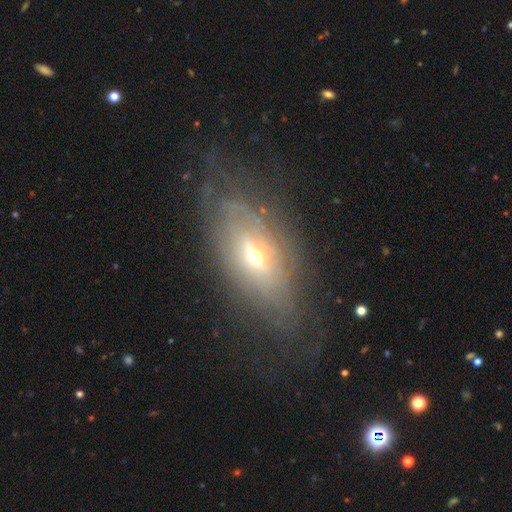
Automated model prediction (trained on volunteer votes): A featured or disk galaxy (67%) with no bar (68%), spiral arms (58%) and a small central bulge (52%).

Vote fractions:
- Smooth or featured? featured or disk: 67% / smooth: 23% / star or artifact: 9%
- Edge-on disk? no: 79% / yes: 21%
- Bar? no: 68% / weak: 24% / strong: 7%
- Spiral arms? yes: 58% / no: 42%
- Bulge size? small: 52% / moderate: 43% / large: 3% / dominant: 1% / none: 1%
- Merging? none: 64% / minor disturbance: 21% / major disturbance: 13% / merger: 2%